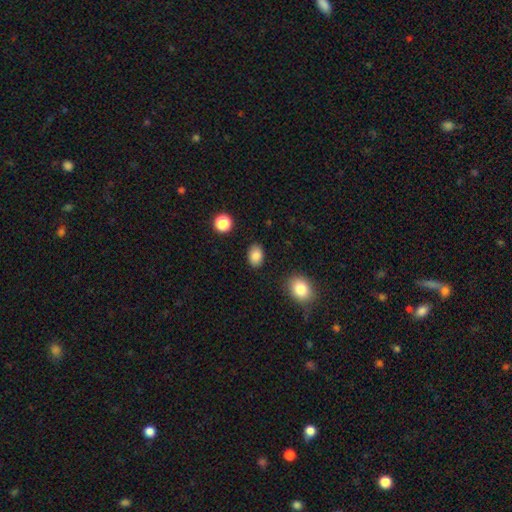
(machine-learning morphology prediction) This is clearly a smooth galaxy (86%). How rounded: likely in between (80%). Merging: clearly none (86%).